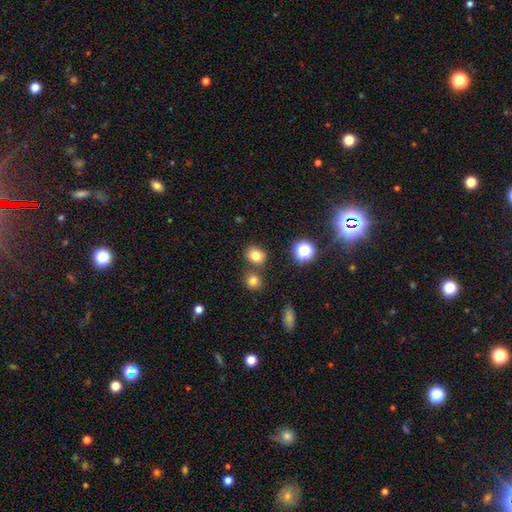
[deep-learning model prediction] Overall: smooth (78%). How rounded: round (64%; in between 35%). Merging: none (75%).